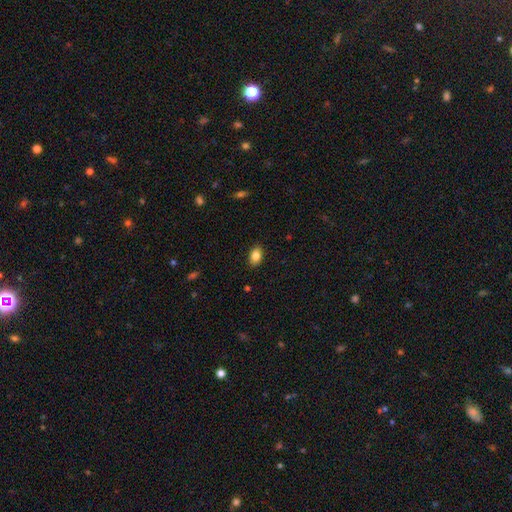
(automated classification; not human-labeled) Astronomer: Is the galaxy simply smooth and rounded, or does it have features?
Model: smooth — 85%.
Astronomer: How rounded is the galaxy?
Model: in between — 86%.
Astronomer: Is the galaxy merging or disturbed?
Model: none — 88%.